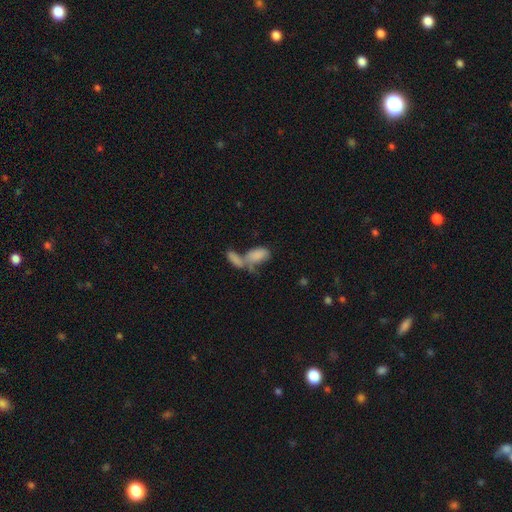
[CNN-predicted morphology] Smooth or featured?
  - smooth: 76% *
  - featured or disk: 15%
  - star or artifact: 9%
How rounded?
  - in between: 90% *
  - cigar-shaped: 6%
  - round: 4%
Merging?
  - merger: 66% *
  - none: 18%
  - major disturbance: 9%
  - minor disturbance: 8%